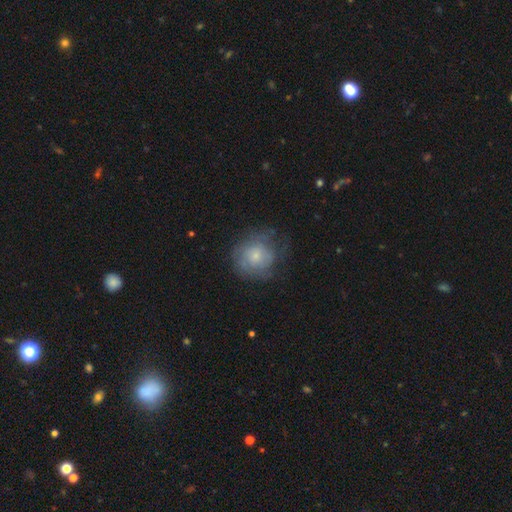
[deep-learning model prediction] The model was most divided on "smooth or featured": smooth: 59%, featured or disk: 32%, star or artifact: 9%. More confident: how rounded — round (85%); merging — none (56%).